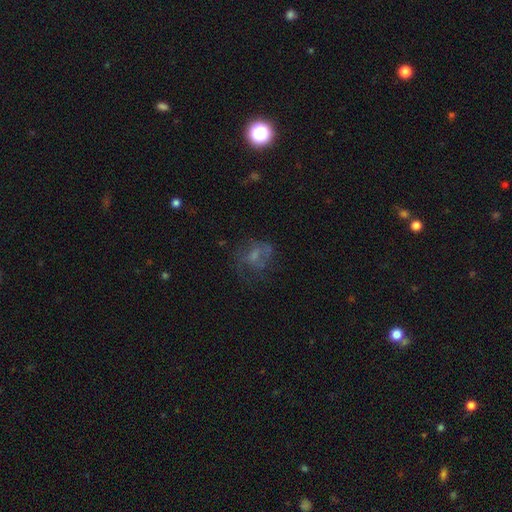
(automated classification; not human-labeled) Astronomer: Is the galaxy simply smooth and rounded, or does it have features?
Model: featured or disk — 42% (runner-up: smooth, 39%).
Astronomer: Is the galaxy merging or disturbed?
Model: none — 44% (runner-up: major disturbance, 30%).